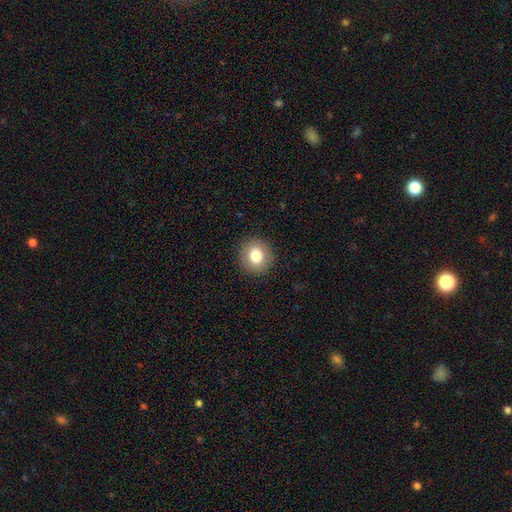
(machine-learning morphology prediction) type=smooth (80%); roundness=round (89%); merging=none (91%).